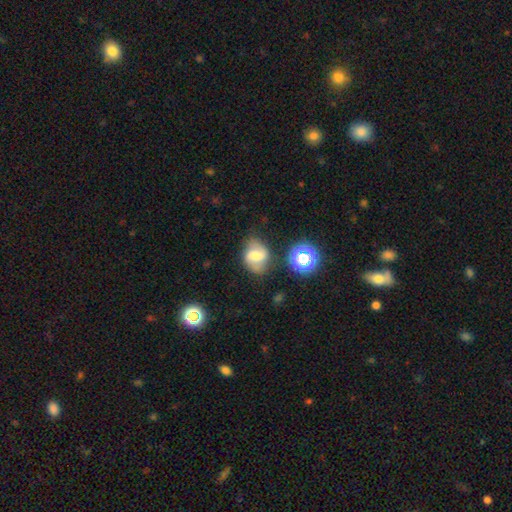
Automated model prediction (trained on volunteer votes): The model was most divided on "smooth or featured": featured or disk: 47%, smooth: 40%, star or artifact: 13%. More confident: merging — none (62%).